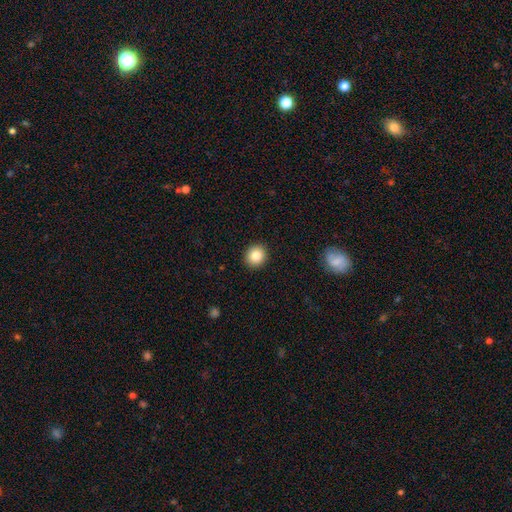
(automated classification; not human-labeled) Smooth or featured? Predicted: smooth (p=0.83). How rounded? Predicted: round (p=0.86). Merging? Predicted: none (p=0.92).